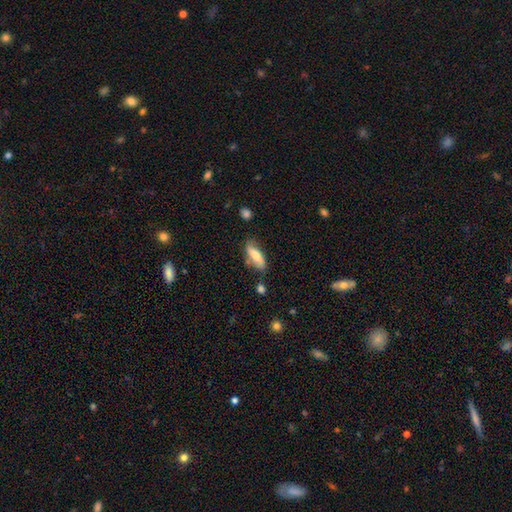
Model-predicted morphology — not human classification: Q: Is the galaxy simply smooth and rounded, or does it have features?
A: smooth — 68%.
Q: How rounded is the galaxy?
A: in between — 66%.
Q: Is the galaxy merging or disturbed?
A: none — 64%.